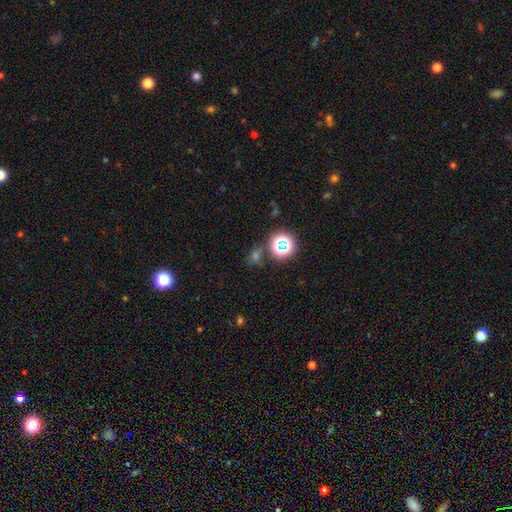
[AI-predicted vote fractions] Smooth or featured? Predicted: star or artifact (p=0.48).